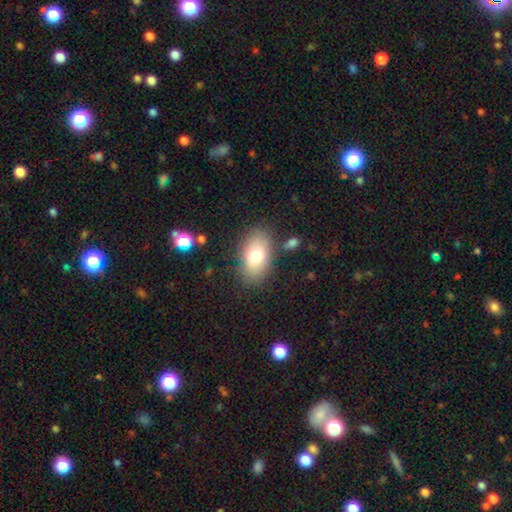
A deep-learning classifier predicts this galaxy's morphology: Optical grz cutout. It shows a smooth galaxy with no disk features (74%) that is in between round and cigar-shaped (90%). Merging: none (80%).